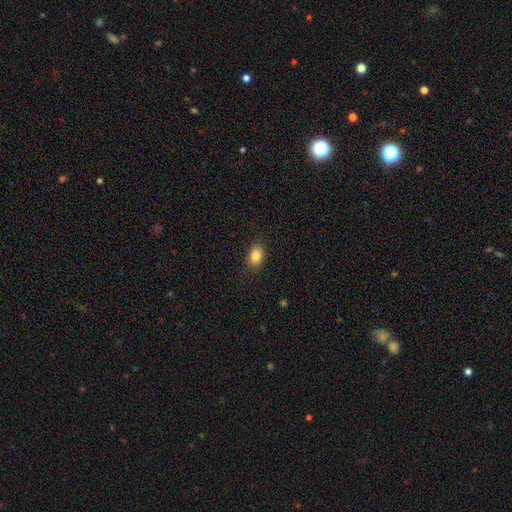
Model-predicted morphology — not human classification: Q: Smooth or featured?
A: smooth (84%); runner-up: star or artifact (9%)
Q: How rounded?
A: in between (77%); runner-up: round (22%)
Q: Merging?
A: none (88%); runner-up: minor disturbance (9%)